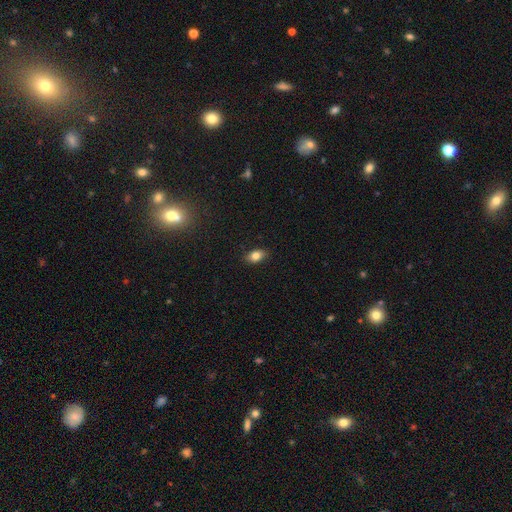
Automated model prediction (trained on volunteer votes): Smooth or featured? smooth (81%)
How rounded? in between (86%)
Merging? none (87%)